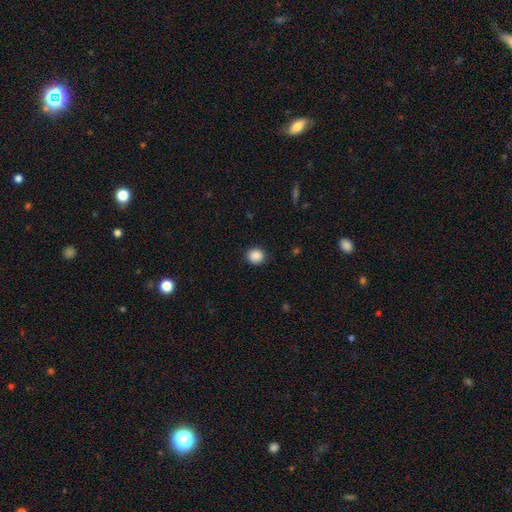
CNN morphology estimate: Smooth or featured?
  - smooth: 88% *
  - star or artifact: 9%
  - featured or disk: 2%
How rounded?
  - round: 88% *
  - in between: 11%
  - cigar-shaped: 1%
Merging?
  - none: 90% *
  - minor disturbance: 7%
  - major disturbance: 2%
  - merger: 1%